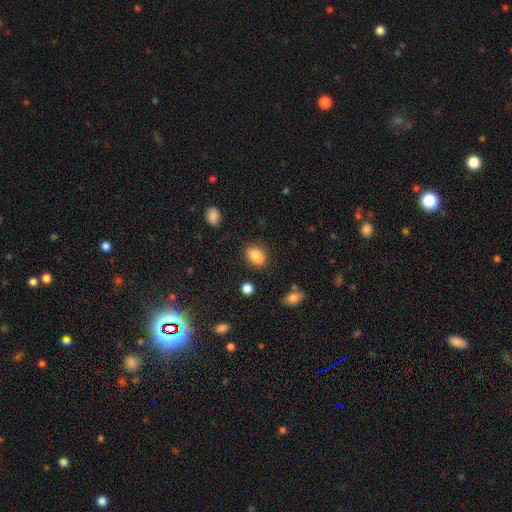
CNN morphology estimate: Smooth or featured?
  - smooth: 86% *
  - star or artifact: 9%
  - featured or disk: 5%
How rounded?
  - in between: 84% *
  - round: 14%
  - cigar-shaped: 2%
Merging?
  - none: 82% *
  - minor disturbance: 12%
  - major disturbance: 3%
  - merger: 3%